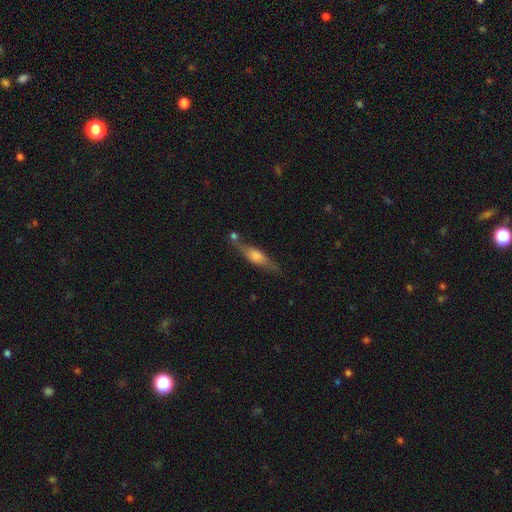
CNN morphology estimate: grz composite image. It shows a featured or disk galaxy (52%) viewed edge-on (83%). Merging: none (62%).